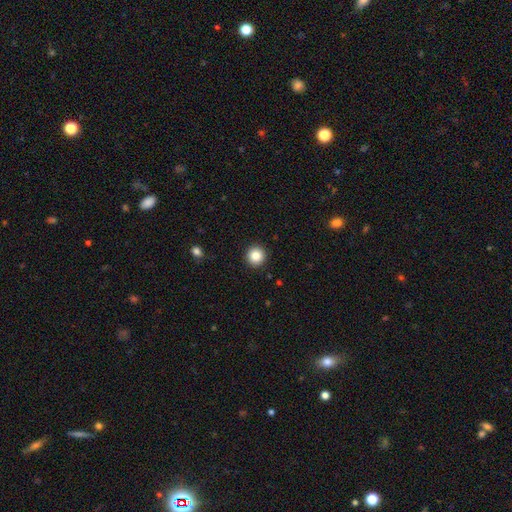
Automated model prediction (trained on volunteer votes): A smooth galaxy with no disk features (85%) that is round (96%). Merging: none (93%).